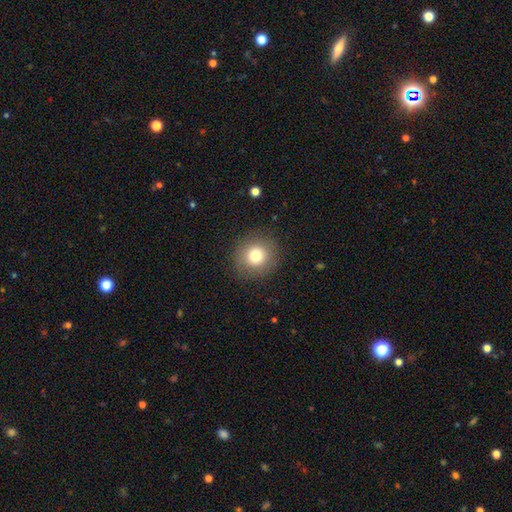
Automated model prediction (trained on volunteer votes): Smooth or featured: smooth — 77% (featured or disk — 11%)
How rounded: round — 91% (in between — 8%)
Merging: none — 88% (minor disturbance — 8%)